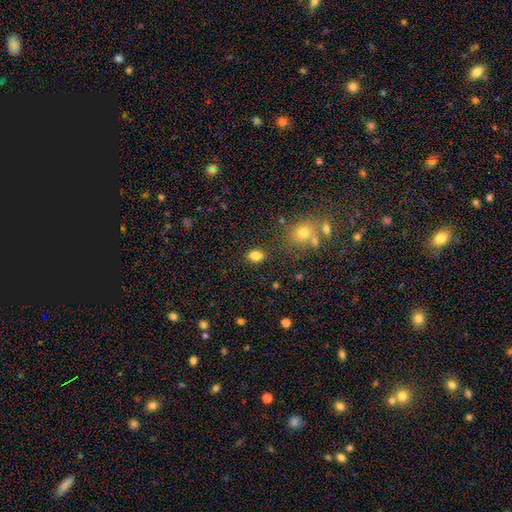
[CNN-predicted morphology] smooth_or_featured: smooth (p=0.83) [alt: star or artifact p=0.11]
how_rounded: in between (p=0.81) [alt: round p=0.17]
merging: none (p=0.83) [alt: minor disturbance p=0.10]